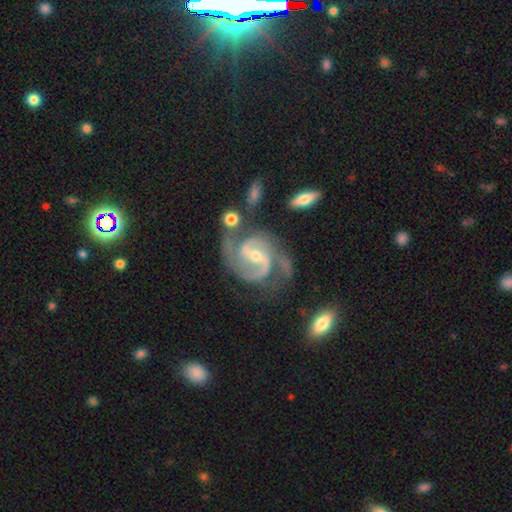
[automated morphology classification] Q: Smooth or featured?
A: featured or disk (93%); runner-up: star or artifact (4%)
Q: Edge-on disk?
A: no (98%); runner-up: yes (2%)
Q: Bar?
A: weak (43%); runner-up: strong (36%)
Q: Spiral arms?
A: yes (98%); runner-up: no (2%)
Q: Spiral winding?
A: medium (59%); runner-up: tight (26%)
Q: Spiral arm count?
A: 2 (85%); runner-up: 3 (7%)
Q: Bulge size?
A: small (53%); runner-up: moderate (44%)
Q: Merging?
A: none (57%); runner-up: minor disturbance (22%)